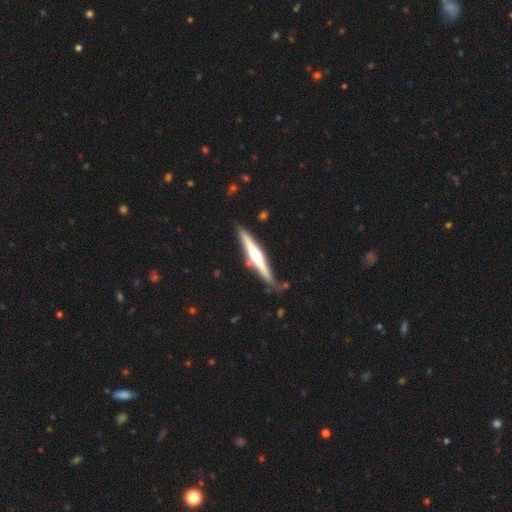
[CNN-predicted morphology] Q: Smooth or featured?
A: featured or disk (66%); runner-up: smooth (29%)
Q: Edge-on disk?
A: yes (97%); runner-up: no (3%)
Q: Edge-on bulge?
A: rounded (81%); runner-up: none (11%)
Q: Merging?
A: none (80%); runner-up: minor disturbance (14%)